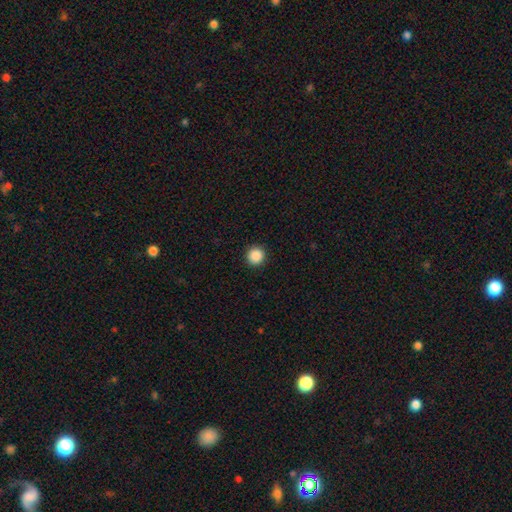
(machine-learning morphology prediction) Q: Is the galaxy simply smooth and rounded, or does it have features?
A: smooth — 88%.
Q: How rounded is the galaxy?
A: round — 96%.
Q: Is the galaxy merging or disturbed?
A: none — 93%.